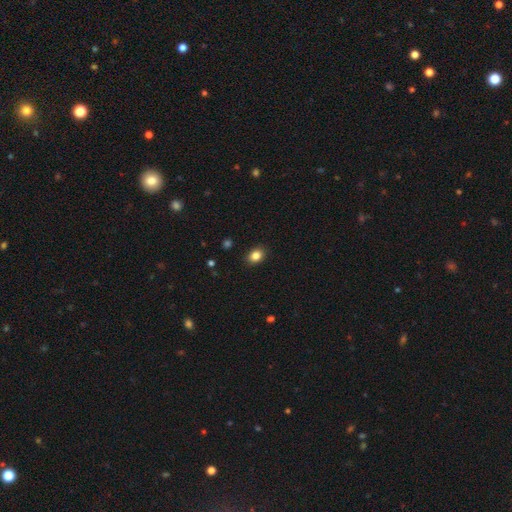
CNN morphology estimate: This is clearly a smooth galaxy (85%). How rounded: possibly in between (58%). Merging: clearly none (89%).